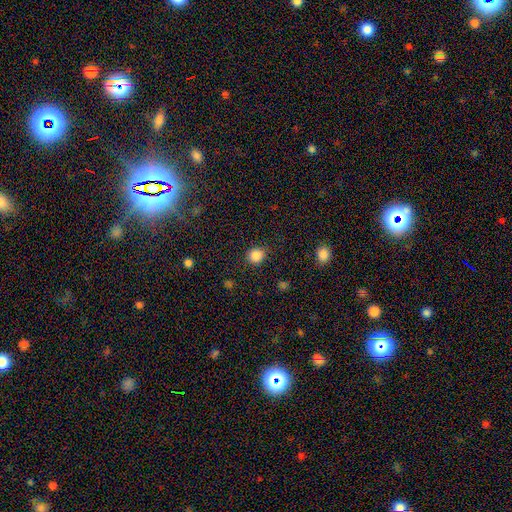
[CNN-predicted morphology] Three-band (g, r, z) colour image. It shows a smooth galaxy with no disk features (86%) that is round (84%). Merging: none (85%).